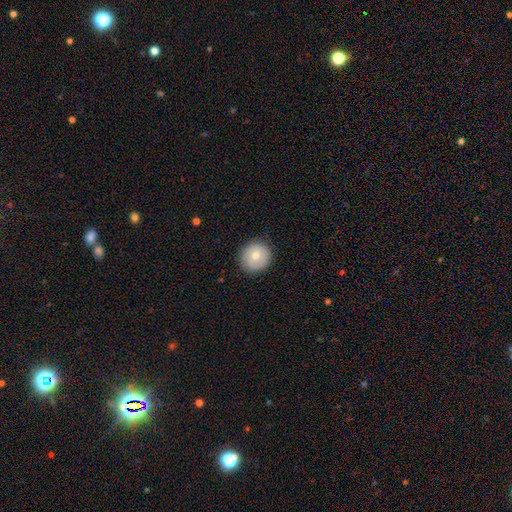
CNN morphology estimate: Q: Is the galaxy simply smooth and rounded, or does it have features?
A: smooth — 72%.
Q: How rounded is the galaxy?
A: round — 89%.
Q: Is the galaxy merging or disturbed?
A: none — 87%.